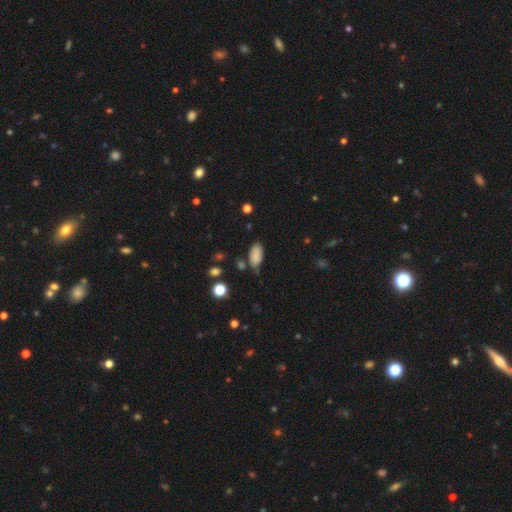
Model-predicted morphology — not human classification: A smooth galaxy with no disk features (84%) that is in between round and cigar-shaped (92%).

Vote fractions:
- Smooth or featured? smooth: 84% / star or artifact: 9% / featured or disk: 6%
- How rounded? in between: 92% / cigar-shaped: 5% / round: 3%
- Merging? none: 66% / minor disturbance: 24% / major disturbance: 6% / merger: 5%